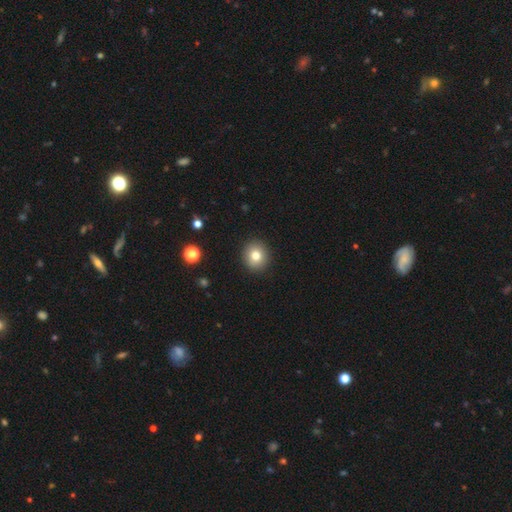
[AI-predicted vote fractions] Smooth or featured? smooth (79%)
How rounded? round (84%)
Merging? none (91%)